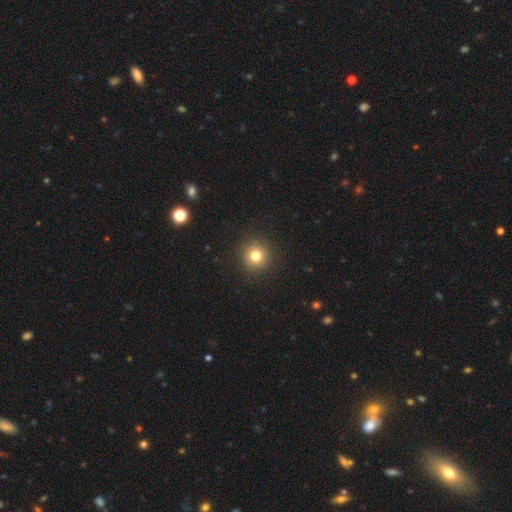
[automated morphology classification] smooth-or-featured: smooth: 79% | star or artifact: 14% | featured or disk: 8%
  how-rounded: round: 95% | in between: 4% | cigar-shaped: 1%
  merging: none: 92% | minor disturbance: 5% | major disturbance: 2% | merger: 1%